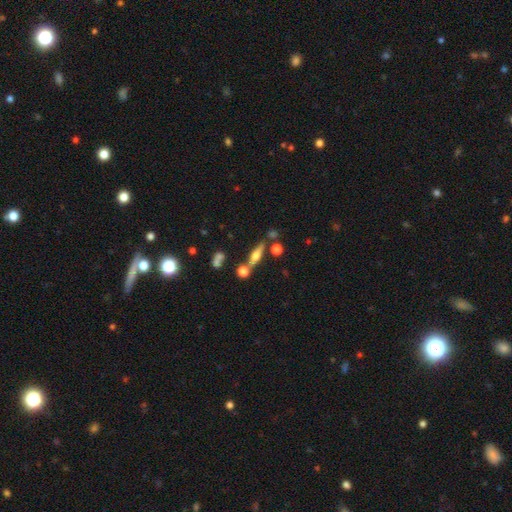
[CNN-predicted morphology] Q: Smooth or featured?
A: featured or disk (62%); runner-up: smooth (29%)
Q: Edge-on disk?
A: yes (94%); runner-up: no (6%)
Q: Edge-on bulge?
A: rounded (92%); runner-up: boxy (5%)
Q: Merging?
A: none (72%); runner-up: merger (14%)